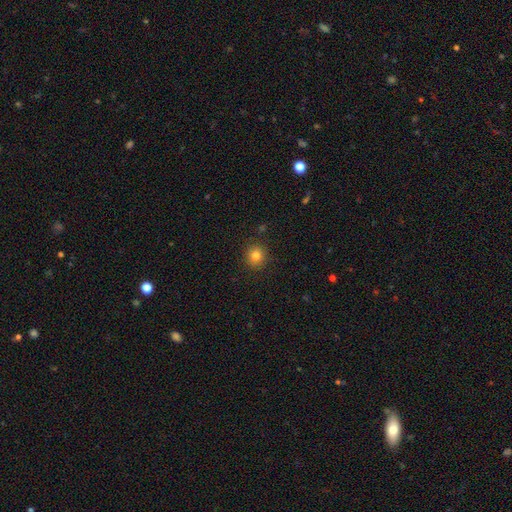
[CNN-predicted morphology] This is clearly a smooth galaxy (81%). How rounded: clearly round (89%). Merging: clearly none (90%).